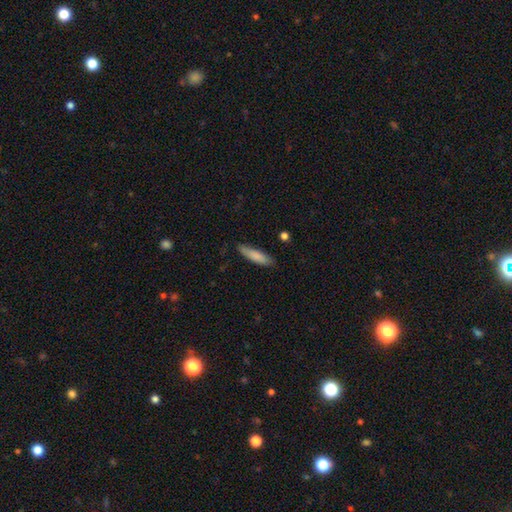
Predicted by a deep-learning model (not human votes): This is clearly a smooth galaxy (82%). How rounded: likely cigar-shaped (74%). Merging: clearly none (82%).